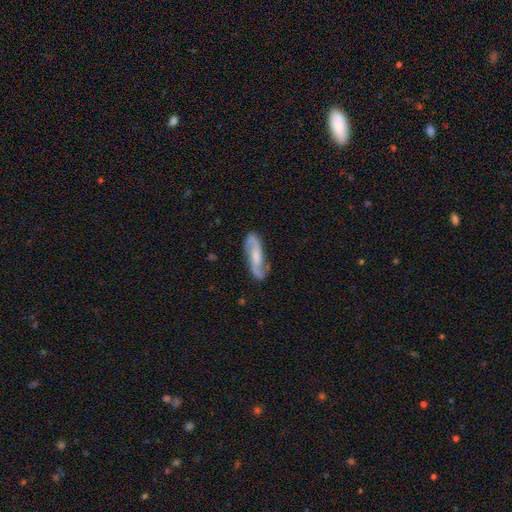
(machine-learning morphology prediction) Q: Smooth or featured?
A: featured or disk (80%); runner-up: smooth (15%)
Q: Edge-on disk?
A: no (90%); runner-up: yes (10%)
Q: Bar?
A: no (41%); runner-up: weak (39%)
Q: Spiral arms?
A: yes (96%); runner-up: no (4%)
Q: Spiral winding?
A: medium (48%); runner-up: loose (33%)
Q: Spiral arm count?
A: 2 (92%); runner-up: can't tell (4%)
Q: Bulge size?
A: moderate (37%); runner-up: small (36%)
Q: Merging?
A: none (82%); runner-up: minor disturbance (13%)